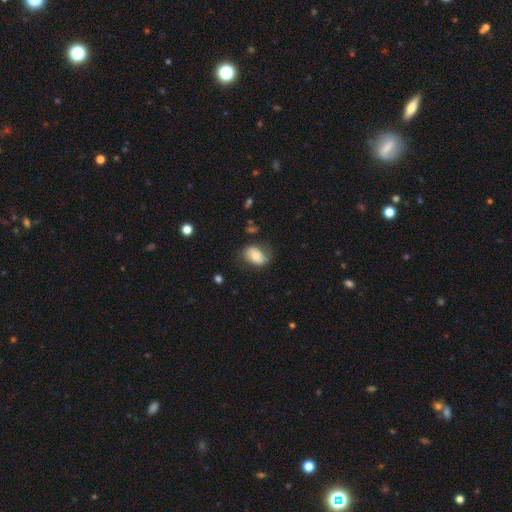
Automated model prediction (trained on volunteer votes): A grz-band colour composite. It shows a smooth galaxy with no disk features (67%) that is in between round and cigar-shaped (81%). Merging: none (70%).